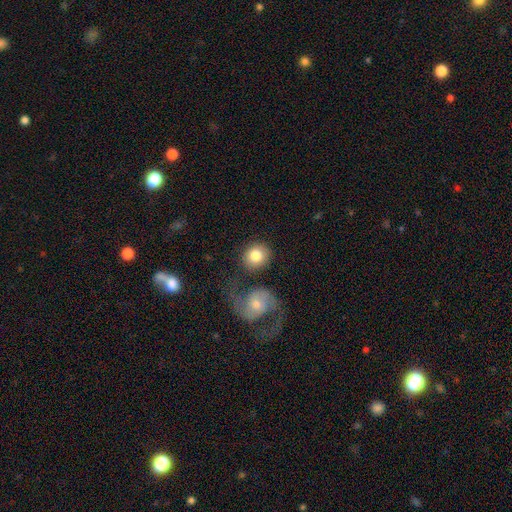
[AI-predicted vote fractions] Q: Smooth or featured?
A: smooth (80%); runner-up: featured or disk (14%)
Q: How rounded?
A: round (82%); runner-up: in between (17%)
Q: Merging?
A: none (69%); runner-up: merger (16%)